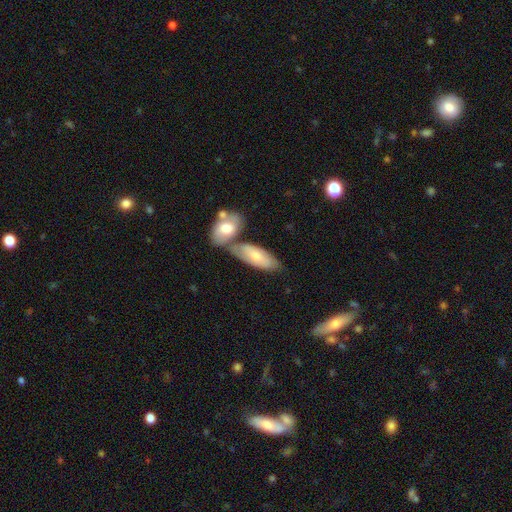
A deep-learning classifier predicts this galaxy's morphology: smooth 61%, featured or disk 34%, star or artifact 5%. Down the decision tree: how rounded — in between (79%); merging — none (44%).